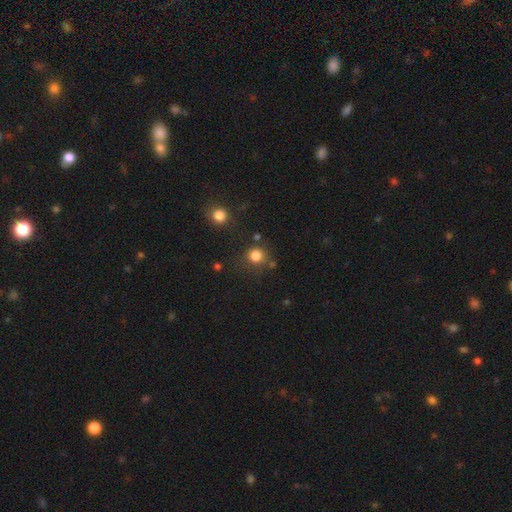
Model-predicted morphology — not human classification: Q: Smooth or featured?
A: smooth (82%); runner-up: star or artifact (13%)
Q: How rounded?
A: round (91%); runner-up: in between (8%)
Q: Merging?
A: none (78%); runner-up: minor disturbance (11%)